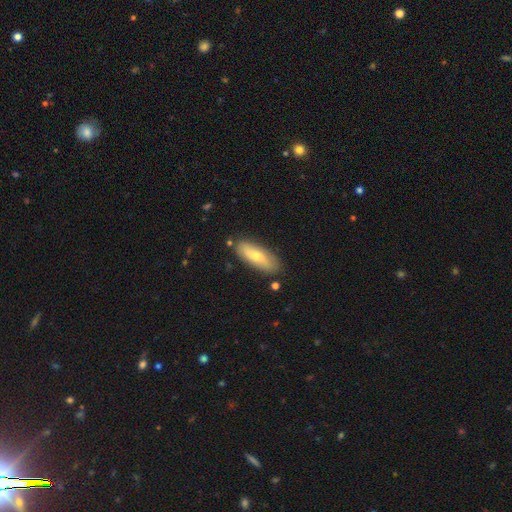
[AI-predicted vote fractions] Smooth or featured? Predicted: smooth (p=0.58). How rounded? Predicted: in between (p=0.68). Merging? Predicted: none (p=0.82).